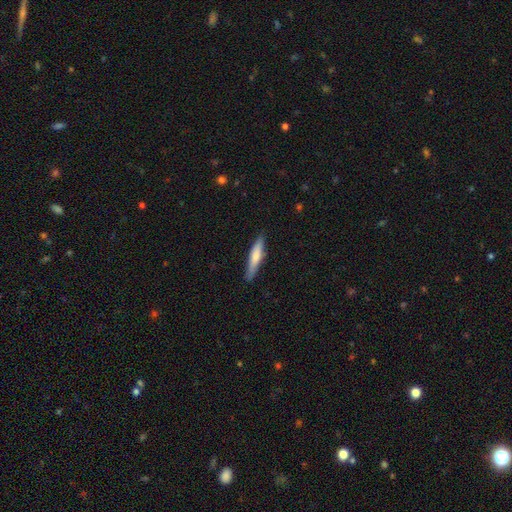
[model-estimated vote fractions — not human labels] Smooth or featured?
  - smooth: 69% *
  - featured or disk: 26%
  - star or artifact: 5%
How rounded?
  - cigar-shaped: 88% *
  - in between: 11%
  - round: 1%
Merging?
  - none: 85% *
  - minor disturbance: 12%
  - major disturbance: 2%
  - merger: 1%